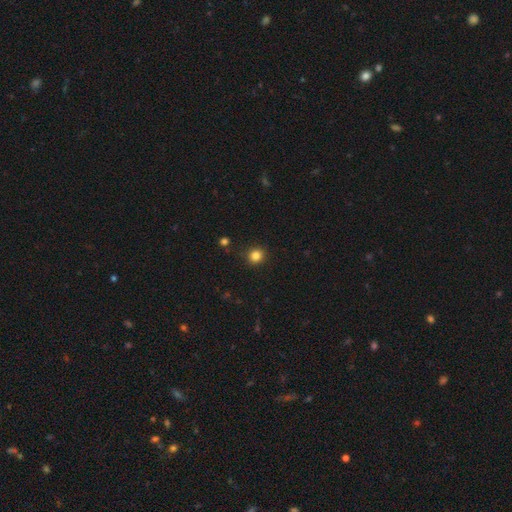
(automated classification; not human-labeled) This is clearly a smooth galaxy (83%). How rounded: clearly round (89%). Merging: clearly none (89%).